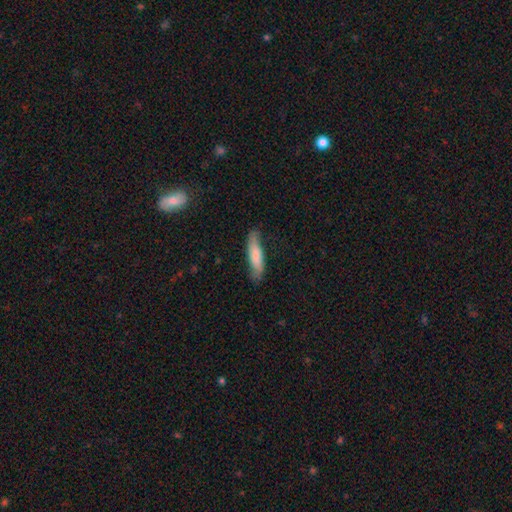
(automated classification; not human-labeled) Q: Smooth or featured?
A: smooth (75%); runner-up: featured or disk (20%)
Q: How rounded?
A: cigar-shaped (69%); runner-up: in between (29%)
Q: Merging?
A: none (74%); runner-up: minor disturbance (20%)